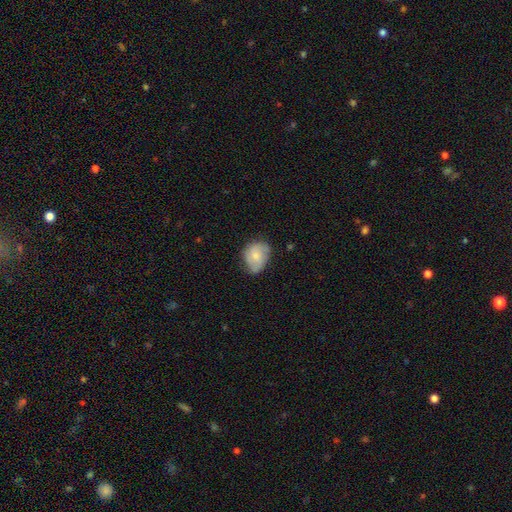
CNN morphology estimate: A smooth galaxy with no disk features (63%) that is in between round and cigar-shaped (55%).

Vote fractions:
- Smooth or featured? smooth: 63% / featured or disk: 30% / star or artifact: 7%
- How rounded? in between: 55% / round: 44% / cigar-shaped: 1%
- Merging? none: 51% / minor disturbance: 37% / major disturbance: 10% / merger: 2%